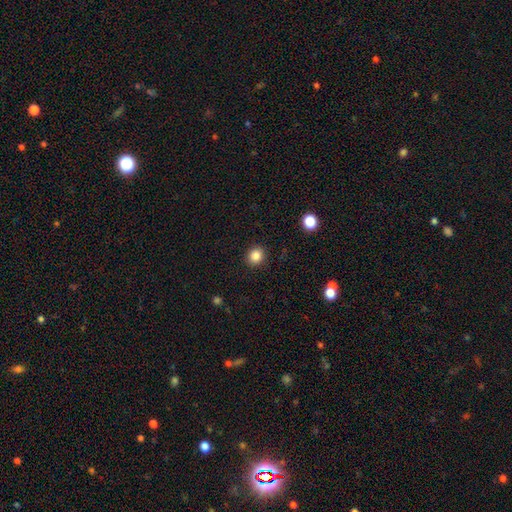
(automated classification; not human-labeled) smooth-or-featured: smooth: 85% | star or artifact: 11% | featured or disk: 4%
  how-rounded: round: 85% | in between: 14% | cigar-shaped: 1%
  merging: none: 91% | minor disturbance: 6% | major disturbance: 2% | merger: 1%